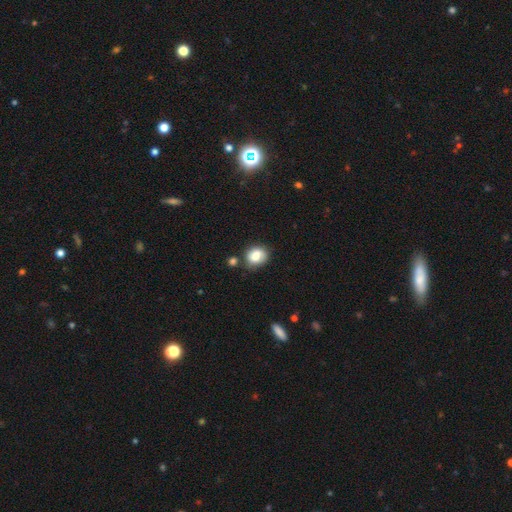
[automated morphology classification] Q: Smooth or featured?
A: smooth (80%); runner-up: featured or disk (11%)
Q: How rounded?
A: round (55%); runner-up: in between (44%)
Q: Merging?
A: none (64%); runner-up: minor disturbance (22%)